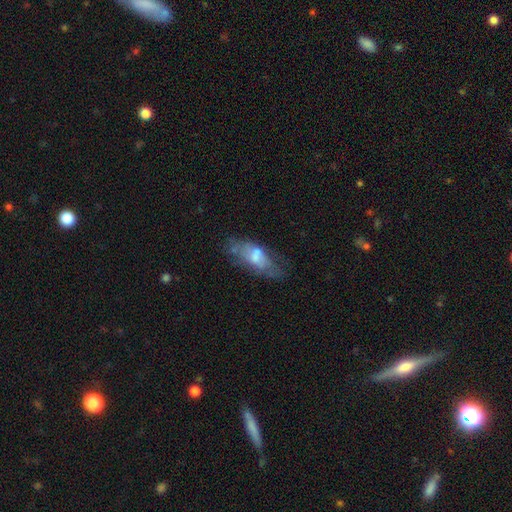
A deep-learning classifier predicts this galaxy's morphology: Q: Smooth or featured?
A: smooth (47%); runner-up: featured or disk (44%)
Q: Merging?
A: none (45%); runner-up: minor disturbance (25%)